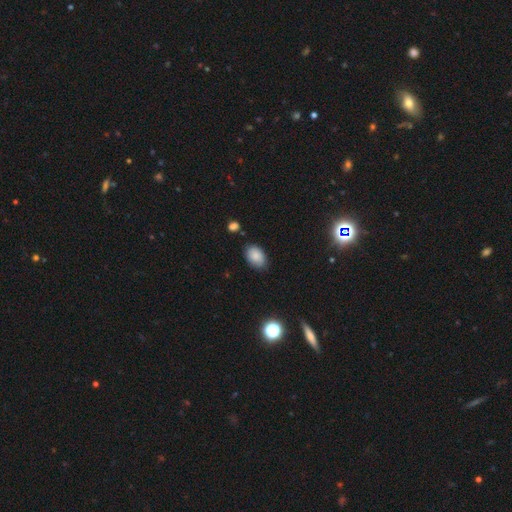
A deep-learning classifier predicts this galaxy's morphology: A smooth galaxy with no disk features (83%) that is in between round and cigar-shaped (88%). Merging: none (79%).